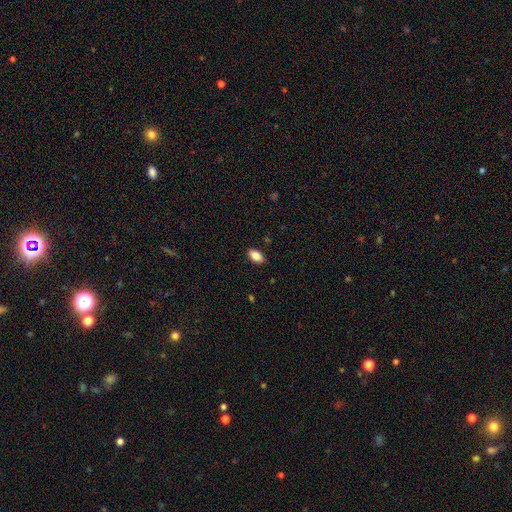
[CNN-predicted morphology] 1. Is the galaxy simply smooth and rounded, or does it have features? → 85% smooth, 8% star or artifact, 7% featured or disk.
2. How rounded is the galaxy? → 91% in between, 6% round, 3% cigar-shaped.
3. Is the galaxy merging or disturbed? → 87% none, 10% minor disturbance, 2% major disturbance, 1% merger.